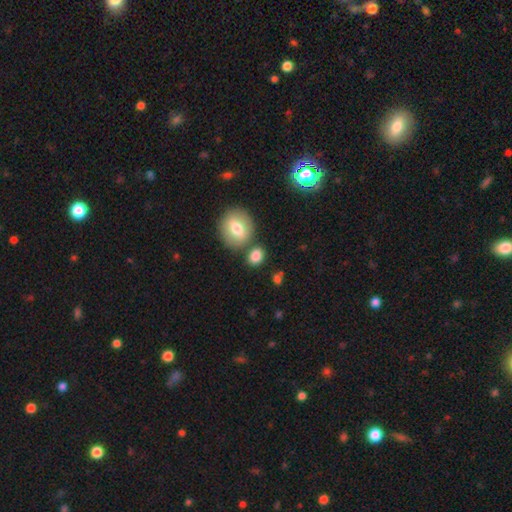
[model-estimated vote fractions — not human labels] smooth_or_featured: smooth (p=0.82) [alt: featured or disk p=0.09]
how_rounded: in between (p=0.56) [alt: round p=0.42]
merging: none (p=0.67) [alt: merger p=0.18]